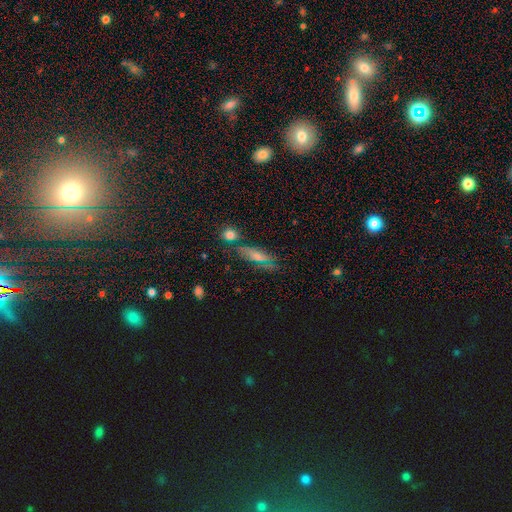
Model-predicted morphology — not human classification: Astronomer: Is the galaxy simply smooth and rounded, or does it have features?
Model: smooth — 43% (runner-up: featured or disk, 39%).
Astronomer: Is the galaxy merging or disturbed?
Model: none — 68%.